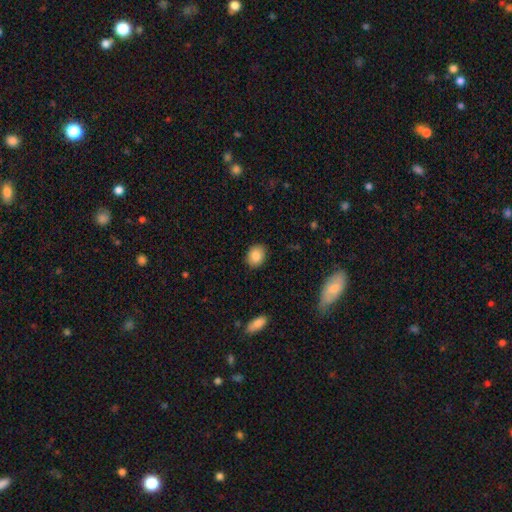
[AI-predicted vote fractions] Smooth or featured? Predicted: smooth (p=0.86). How rounded? Predicted: round (p=0.51). Merging? Predicted: none (p=0.88).